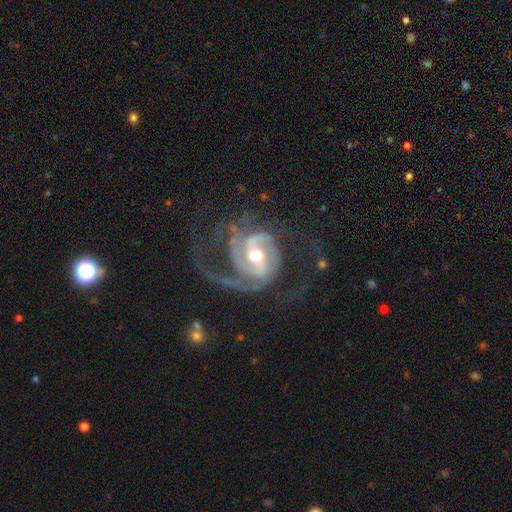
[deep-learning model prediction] The model was most divided on "bar": weak: 38%, no: 36%, strong: 26%. Remaining: edge-on disk — no (98%); spiral arms — yes (97%); smooth or featured — featured or disk (91%); bulge size — moderate (73%); merging — none (51%); spiral arm count — 2 (50%); spiral winding — medium (49%).